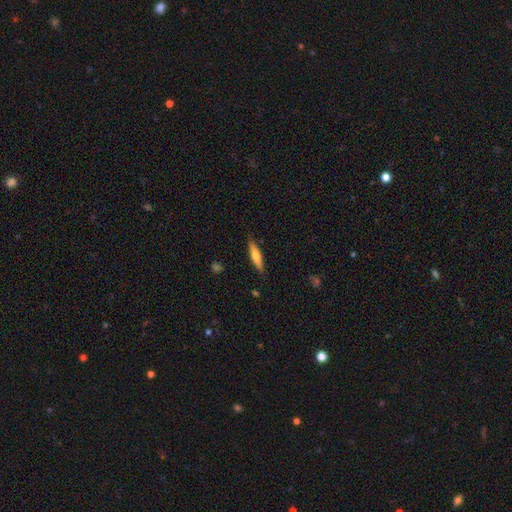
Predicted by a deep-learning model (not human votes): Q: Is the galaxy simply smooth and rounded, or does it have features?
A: smooth — 56%.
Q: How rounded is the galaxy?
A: cigar-shaped — 80%.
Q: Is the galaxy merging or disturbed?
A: none — 88%.